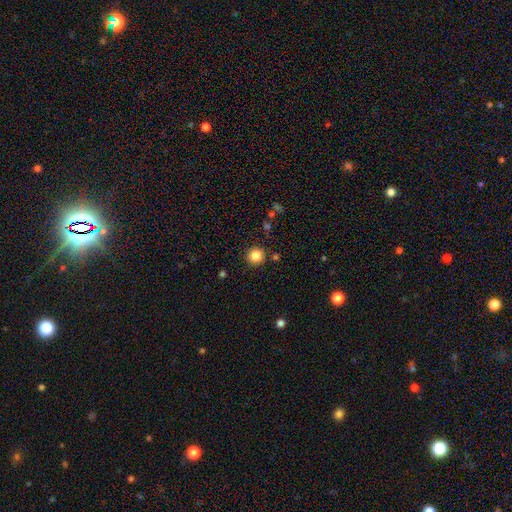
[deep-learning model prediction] This appears to be a smooth galaxy with no disk features (86%) that is round (94%). Merging: none (89%).